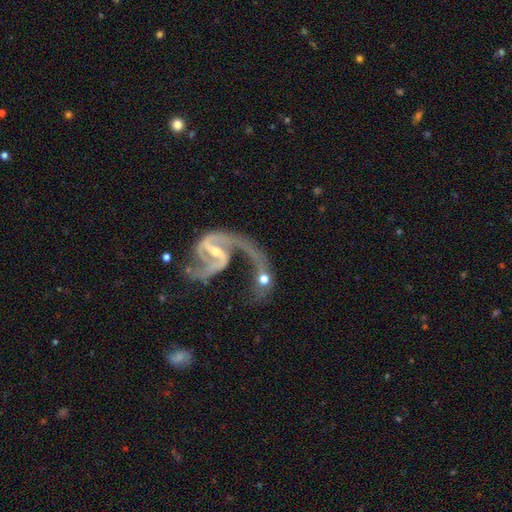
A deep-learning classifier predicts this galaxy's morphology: This is clearly a featured or disk galaxy (88%). It is clearly not viewed edge-on (97%). Bar: possibly weak (45%). Spiral arm pattern: clearly yes (93%). Spiral arm count: likely 2 (79%). Spiral winding: possibly loose (54%). Central bulge: possibly small (60%). Merging: marginally merger (31%).